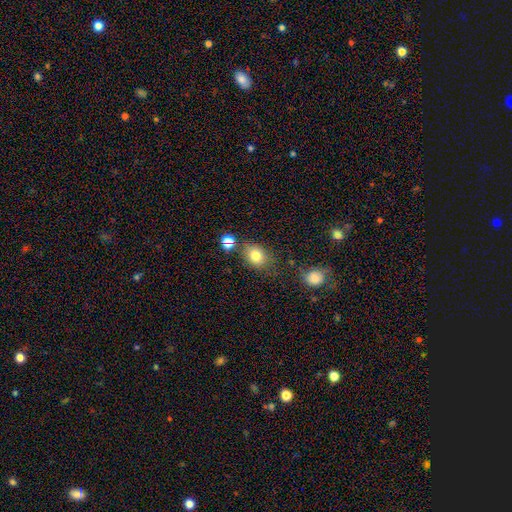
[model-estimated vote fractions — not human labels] smooth-or-featured: smooth: 79% | star or artifact: 12% | featured or disk: 9%
  how-rounded: in between: 56% | round: 43% | cigar-shaped: 1%
  merging: none: 71% | minor disturbance: 16% | merger: 8% | major disturbance: 5%